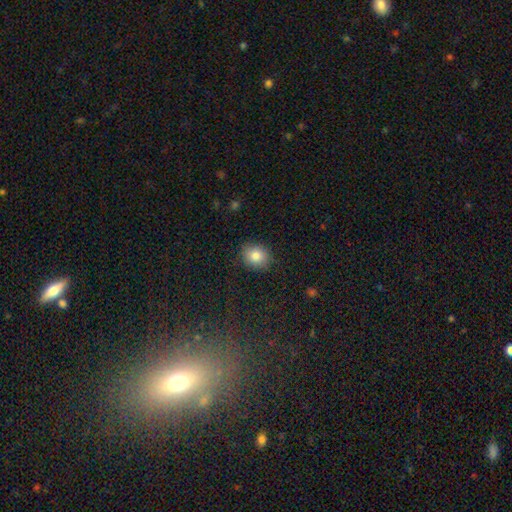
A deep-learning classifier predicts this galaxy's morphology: A smooth galaxy with no disk features (82%) that is round (62%).

Vote fractions:
- Smooth or featured? smooth: 82% / star or artifact: 10% / featured or disk: 8%
- How rounded? round: 62% / in between: 37% / cigar-shaped: 1%
- Merging? none: 86% / minor disturbance: 11% / major disturbance: 3% / merger: 1%